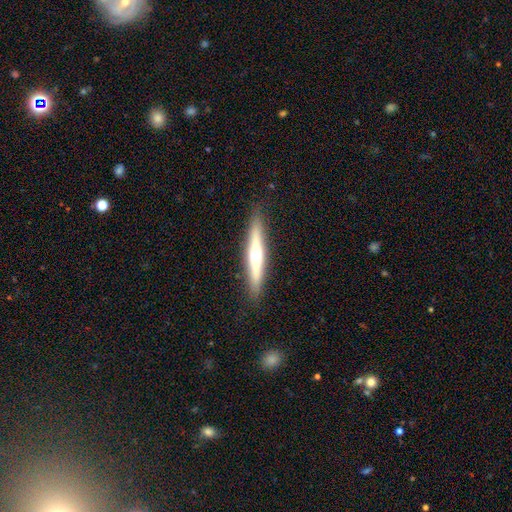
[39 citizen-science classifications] smooth-or-featured: featured or disk: 74% | smooth: 13% | star or artifact: 13%
  disk-edge-on: yes: 97% | no: 3%
    edge-on-bulge: rounded: 82% | none: 18% | boxy: 0%
  merging: none: 88% | minor disturbance: 9% | merger: 3% | major disturbance: 0%